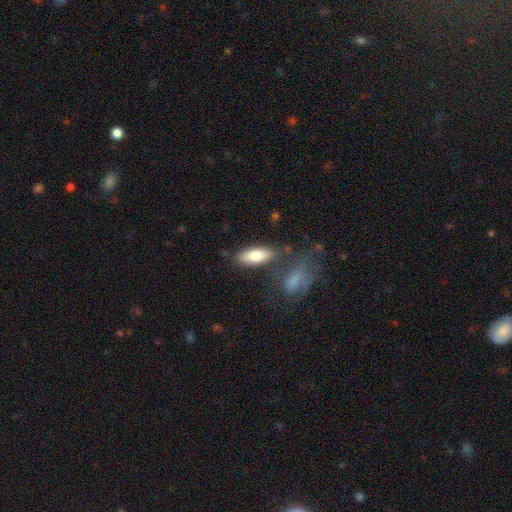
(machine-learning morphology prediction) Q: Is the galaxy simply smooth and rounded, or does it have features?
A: smooth — 79%.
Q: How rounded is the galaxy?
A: in between — 76%.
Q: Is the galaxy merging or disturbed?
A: none — 74%.